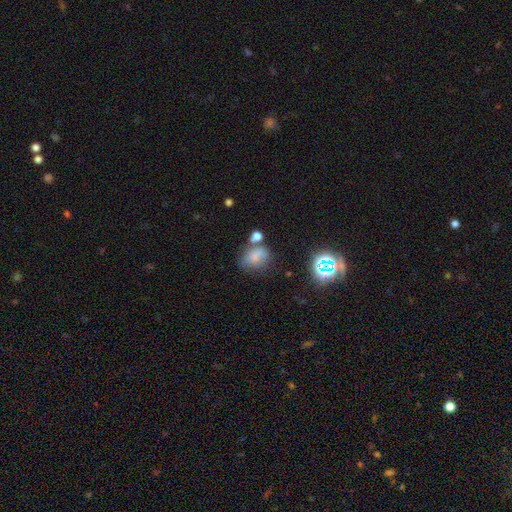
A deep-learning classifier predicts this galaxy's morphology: Smooth or featured? smooth (69%)
How rounded? in between (59%)
Merging? none (43%)